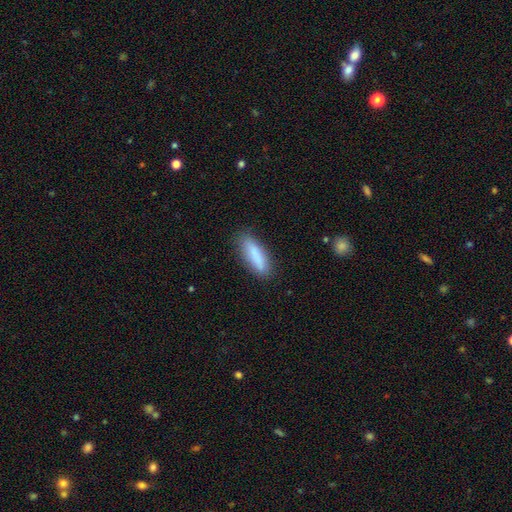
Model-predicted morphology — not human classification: type=smooth (85%); roundness=cigar-shaped (53%); merging=none (82%).